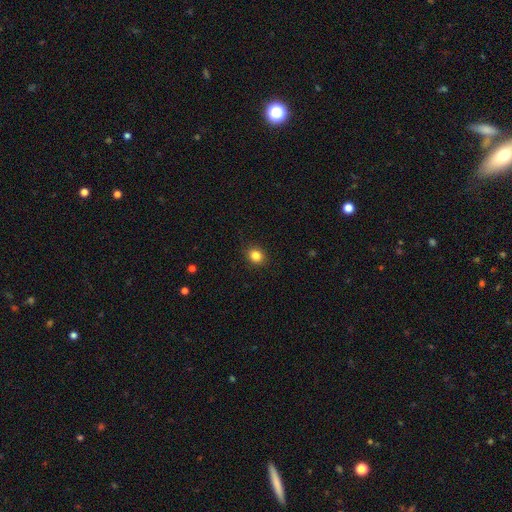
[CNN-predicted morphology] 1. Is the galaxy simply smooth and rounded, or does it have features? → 84% smooth, 11% star or artifact, 5% featured or disk.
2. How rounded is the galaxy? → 72% round, 27% in between, 1% cigar-shaped.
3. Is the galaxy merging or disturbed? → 90% none, 7% minor disturbance, 2% major disturbance, 1% merger.